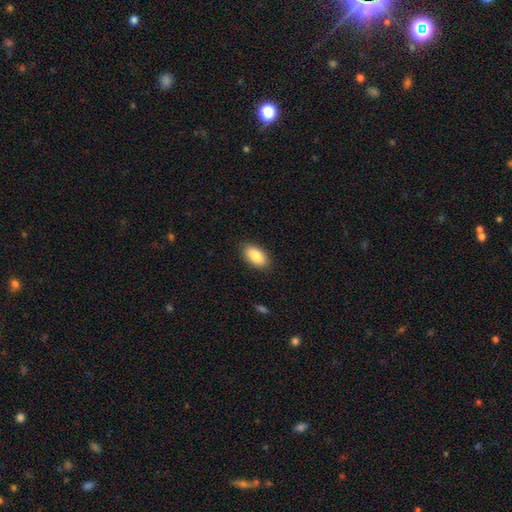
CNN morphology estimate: The model was most divided on "merging": none: 87%, minor disturbance: 9%, major disturbance: 2%, merger: 1%. More confident: how rounded — in between (94%); smooth or featured — smooth (88%).